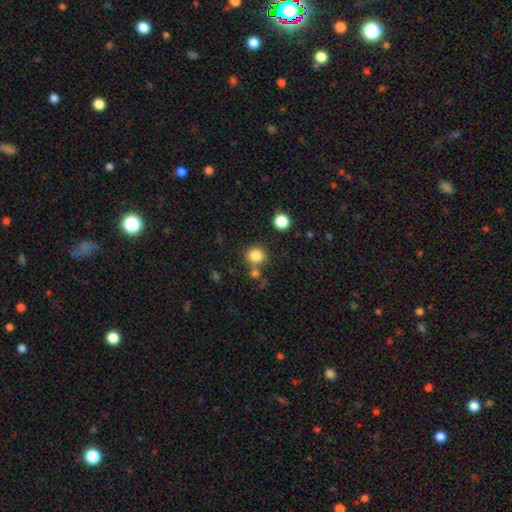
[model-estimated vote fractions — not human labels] smooth_or_featured: smooth (p=0.83) [alt: star or artifact p=0.12]
how_rounded: round (p=0.88) [alt: in between p=0.11]
merging: none (p=0.72) [alt: merger p=0.15]